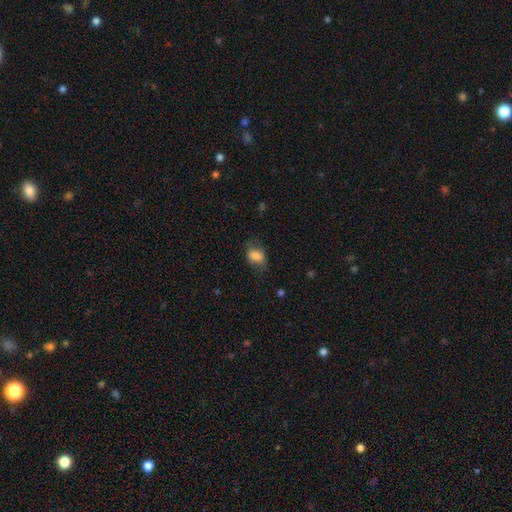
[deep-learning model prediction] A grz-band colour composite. It shows a smooth galaxy with no disk features (81%) that is in between round and cigar-shaped (77%). Merging: none (62%).